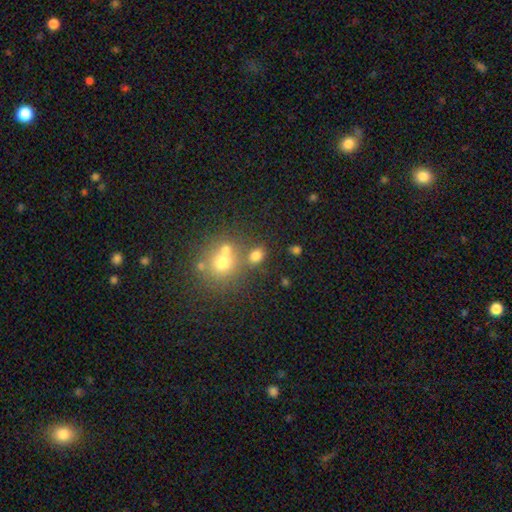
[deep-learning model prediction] smooth-or-featured: smooth: 74% | star or artifact: 15% | featured or disk: 10%
  how-rounded: in between: 55% | round: 44% | cigar-shaped: 2%
  merging: none: 57% | merger: 26% | minor disturbance: 11% | major disturbance: 5%